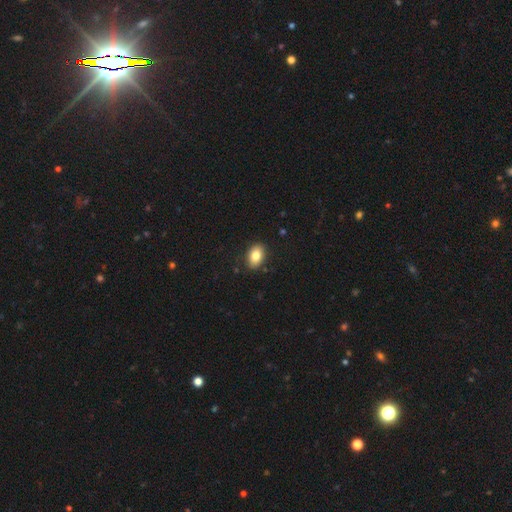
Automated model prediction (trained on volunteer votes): This appears to be a smooth galaxy with no disk features (83%) that is in between round and cigar-shaped (84%). Merging: none (88%).